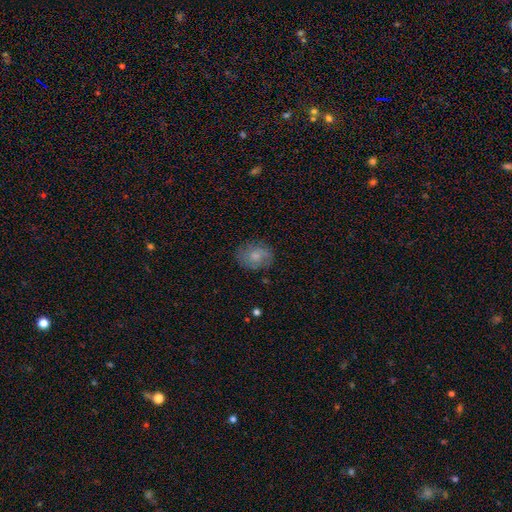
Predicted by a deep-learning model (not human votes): Smooth or featured: smooth — 68% (featured or disk — 24%)
How rounded: in between — 57% (round — 42%)
Merging: none — 74% (minor disturbance — 19%)